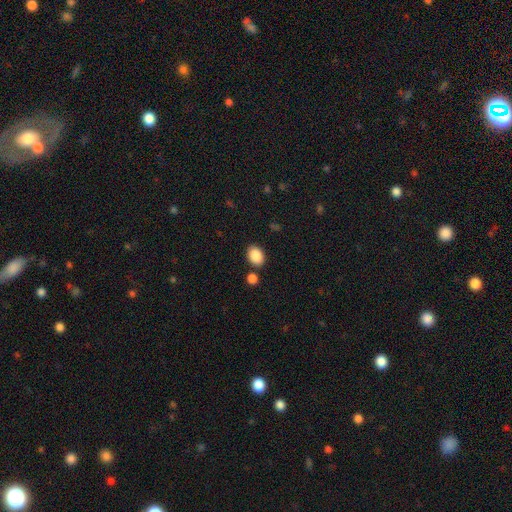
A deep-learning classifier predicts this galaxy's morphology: Overall: smooth (88%). How rounded: in between (73%). Merging: none (81%).